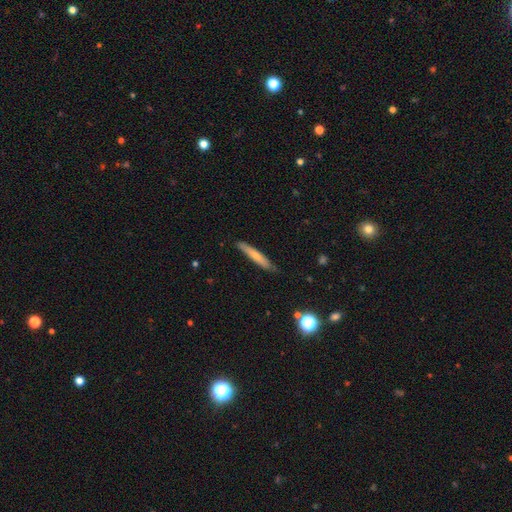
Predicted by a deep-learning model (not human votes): Overall: smooth (64%; featured or disk 30%). How rounded: cigar-shaped (93%). Merging: none (83%).